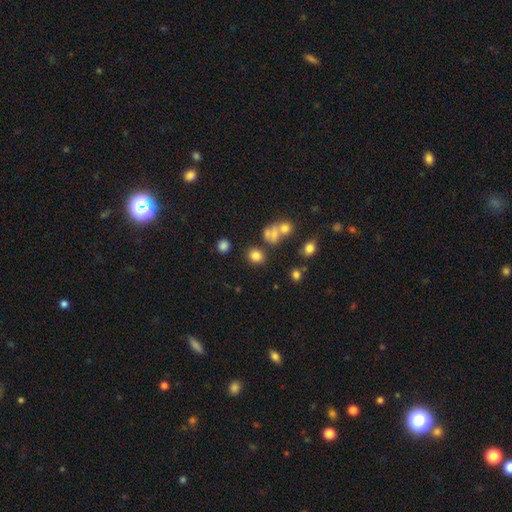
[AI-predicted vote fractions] Morphology: type=smooth (79%); roundness=round (62%); merging=none (74%).